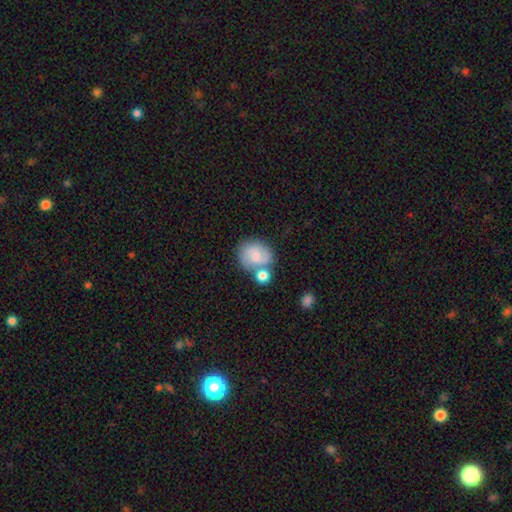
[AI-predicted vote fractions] smooth_or_featured: smooth (p=0.49) [alt: featured or disk p=0.43]
merging: none (p=0.48) [alt: merger p=0.30]